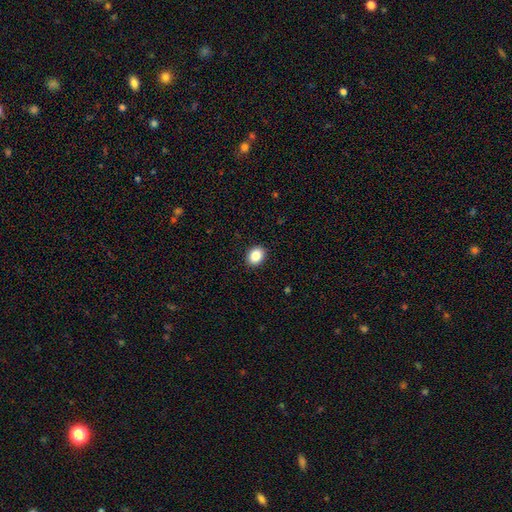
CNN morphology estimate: smooth-or-featured: smooth: 86% | star or artifact: 9% | featured or disk: 5%
  how-rounded: in between: 55% | round: 44% | cigar-shaped: 1%
  merging: none: 91% | minor disturbance: 6% | major disturbance: 2% | merger: 1%